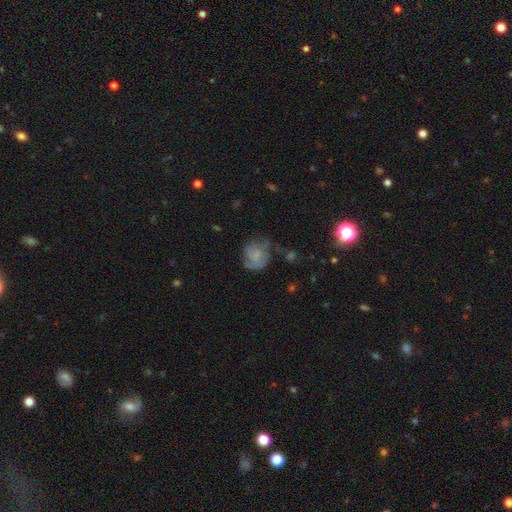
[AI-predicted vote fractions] Q: Smooth or featured?
A: featured or disk (49%); runner-up: smooth (41%)
Q: Merging?
A: none (49%); runner-up: minor disturbance (26%)